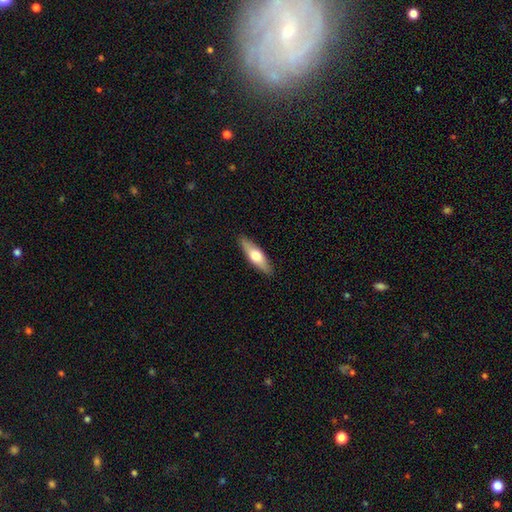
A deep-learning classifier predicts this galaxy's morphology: This appears to be a smooth galaxy with no disk features (54%) that is cigar-shaped (59%). Merging: none (90%).